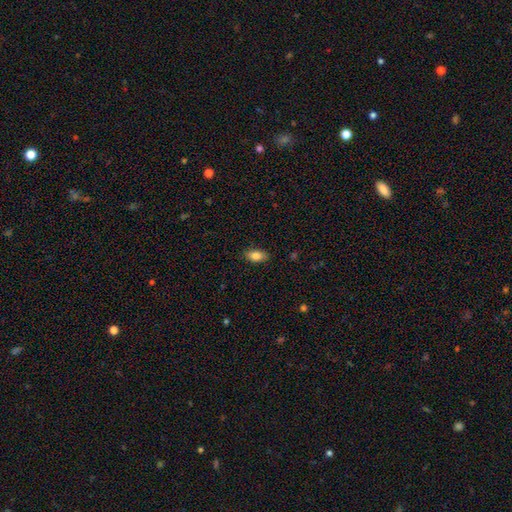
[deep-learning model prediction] Smooth or featured?
  - smooth: 84% *
  - featured or disk: 8%
  - star or artifact: 7%
How rounded?
  - in between: 90% *
  - cigar-shaped: 5%
  - round: 5%
Merging?
  - none: 85% *
  - minor disturbance: 11%
  - major disturbance: 3%
  - merger: 1%